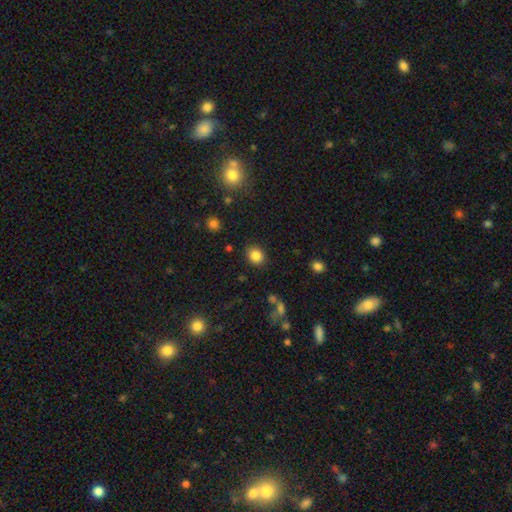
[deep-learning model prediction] A smooth galaxy with no disk features (84%) that is round (70%). Merging: none (86%).